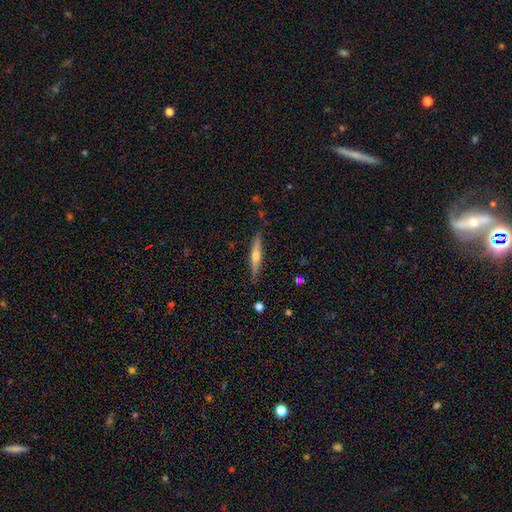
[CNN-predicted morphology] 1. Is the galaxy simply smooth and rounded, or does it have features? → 61% featured or disk, 33% smooth, 6% star or artifact.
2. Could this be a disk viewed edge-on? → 95% yes, 5% no.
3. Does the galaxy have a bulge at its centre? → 89% rounded, 7% none, 4% boxy.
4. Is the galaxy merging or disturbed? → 85% none, 12% minor disturbance, 2% major disturbance, 2% merger.